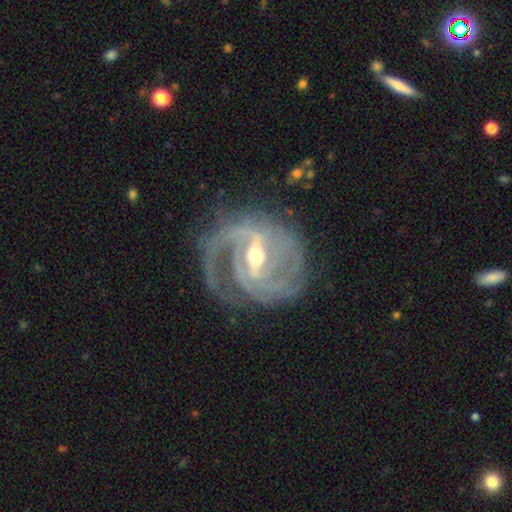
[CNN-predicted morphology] smooth-or-featured: featured or disk: 91% | star or artifact: 5% | smooth: 4%
  disk-edge-on: no: 97% | yes: 3%
    bar: strong: 51% | weak: 39% | no: 10%
    has-spiral-arms: yes: 98% | no: 2%
      spiral-winding: tight: 57% | medium: 35% | loose: 8%
      spiral-arm-count: 2: 33% | 3: 30% | can't tell: 16% | 4: 10% | 1: 6% | more than 4: 5%
    bulge-size: moderate: 60% | small: 36% | large: 3% | none: 1% | dominant: 1%
  merging: none: 69% | minor disturbance: 18% | major disturbance: 11% | merger: 2%